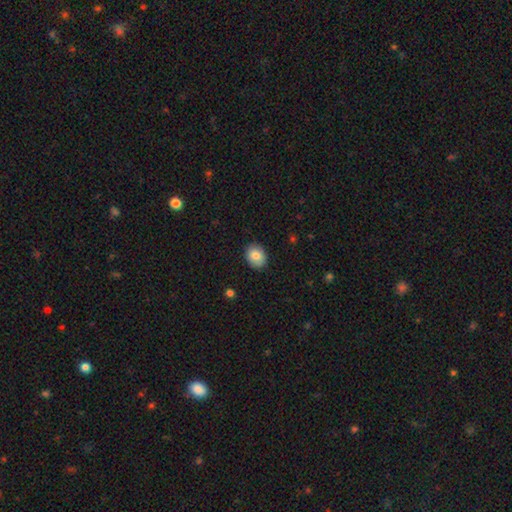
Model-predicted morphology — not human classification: A smooth galaxy with no disk features (82%) that is in between round and cigar-shaped (56%).

Vote fractions:
- Smooth or featured? smooth: 82% / featured or disk: 10% / star or artifact: 8%
- How rounded? in between: 56% / round: 43% / cigar-shaped: 1%
- Merging? none: 89% / minor disturbance: 8% / major disturbance: 2% / merger: 1%